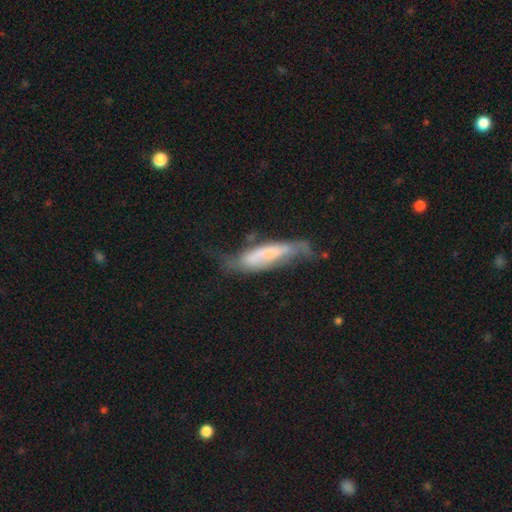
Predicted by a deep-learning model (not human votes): Morphology: type=featured or disk (49%); merging=none (36%).